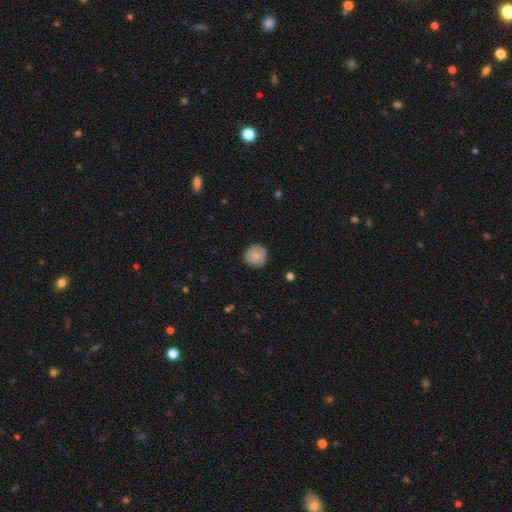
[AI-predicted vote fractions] Smooth or featured: smooth — 81% (featured or disk — 12%)
How rounded: round — 94% (in between — 5%)
Merging: none — 86% (minor disturbance — 11%)